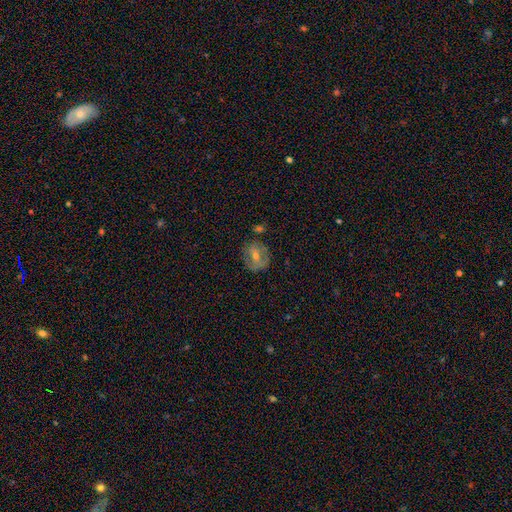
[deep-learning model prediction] Morphology: type=featured or disk (51%); edge-on=no (94%); merging=none (75%).